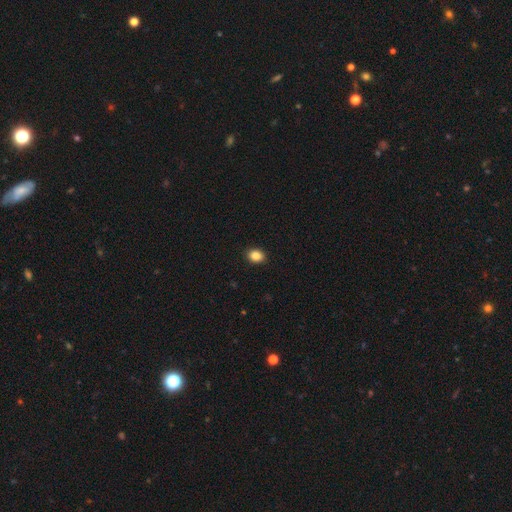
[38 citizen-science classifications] Overall: smooth (79%). How rounded: in between (63%; round 37%). Merging: none (97%).